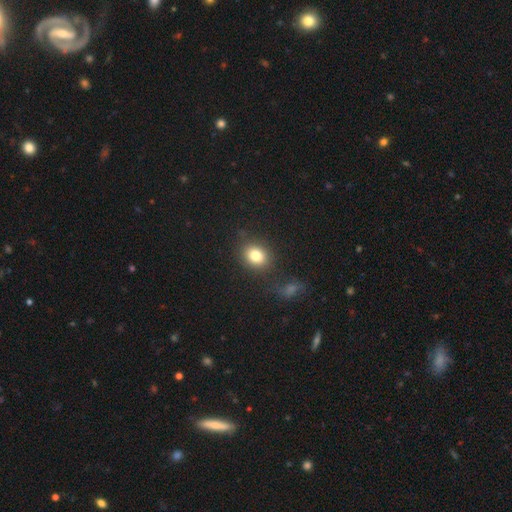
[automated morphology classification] Smooth or featured: smooth — 80% (star or artifact — 11%)
How rounded: round — 57% (in between — 42%)
Merging: none — 79% (minor disturbance — 11%)